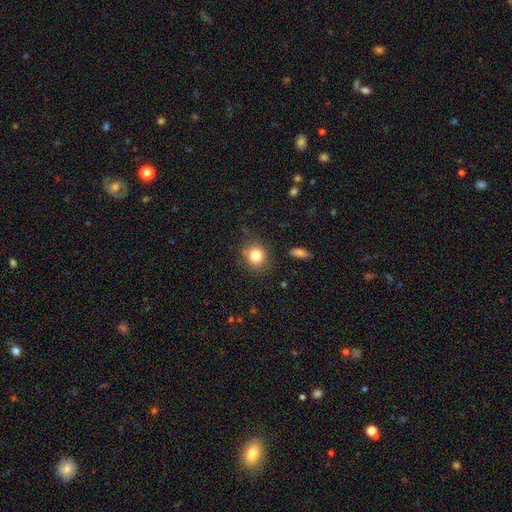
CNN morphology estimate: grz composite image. It shows a smooth galaxy with no disk features (81%) that is round (81%). Merging: none (80%).